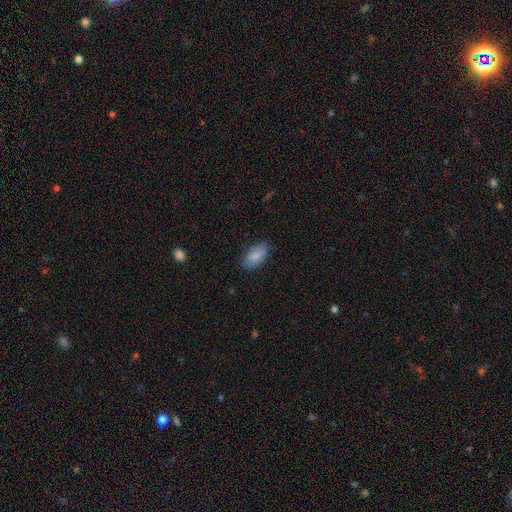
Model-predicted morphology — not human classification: Overall: smooth (85%). How rounded: in between (92%). Merging: none (78%).